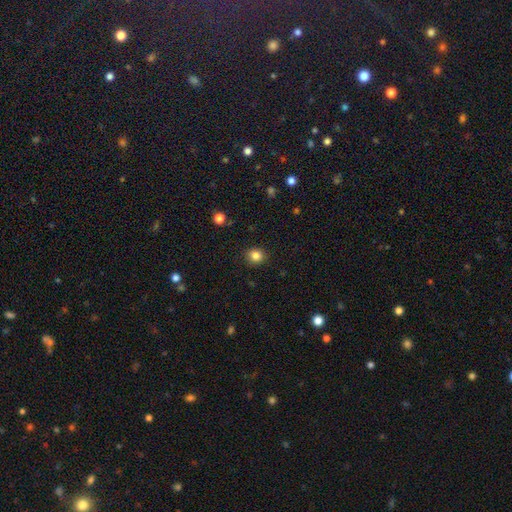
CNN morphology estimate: Smooth or featured: smooth — 83% (star or artifact — 12%)
How rounded: round — 84% (in between — 15%)
Merging: none — 91% (minor disturbance — 6%)